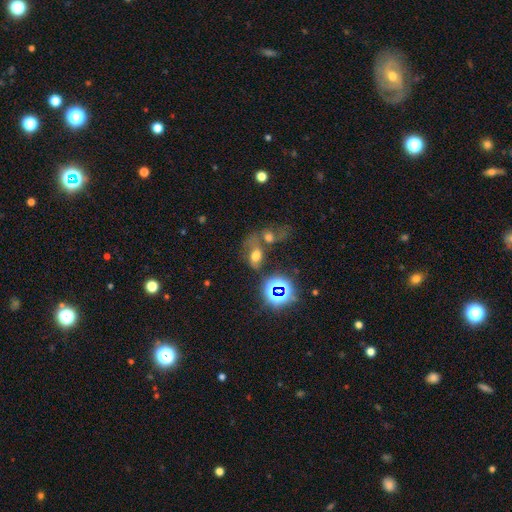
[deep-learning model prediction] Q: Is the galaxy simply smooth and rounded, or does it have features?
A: smooth — 52%.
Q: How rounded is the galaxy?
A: in between — 74%.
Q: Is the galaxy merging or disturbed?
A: merger — 45%.